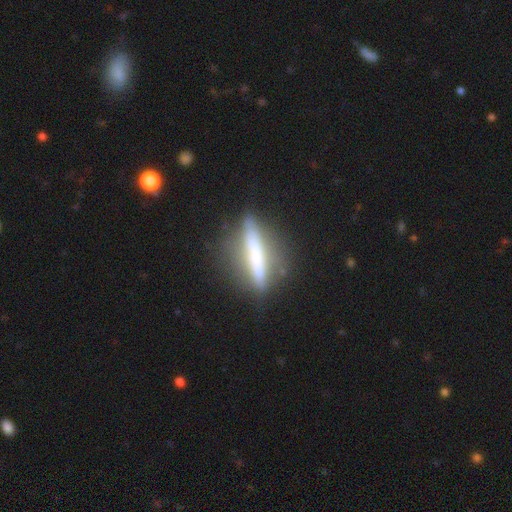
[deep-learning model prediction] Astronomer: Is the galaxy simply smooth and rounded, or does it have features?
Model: featured or disk — 57% (runner-up: smooth, 35%).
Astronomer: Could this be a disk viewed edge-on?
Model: yes — 86%.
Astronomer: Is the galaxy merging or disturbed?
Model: none — 80%.